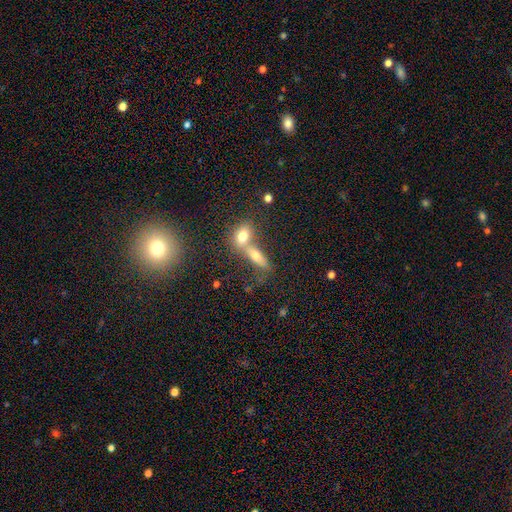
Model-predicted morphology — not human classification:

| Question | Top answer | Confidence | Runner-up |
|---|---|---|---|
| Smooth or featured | smooth | 63% | featured or disk (25%) |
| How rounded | in between | 56% | cigar-shaped (35%) |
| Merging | merger | 51% | none (36%) |